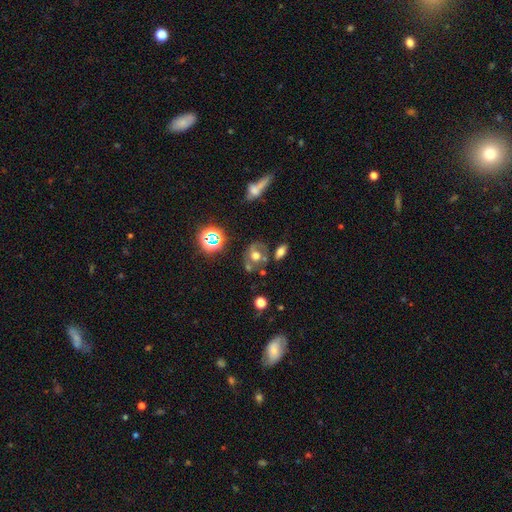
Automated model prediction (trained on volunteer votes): smooth-or-featured: smooth: 44% | featured or disk: 36% | star or artifact: 20%
  merging: none: 51% | merger: 20% | minor disturbance: 18% | major disturbance: 11%